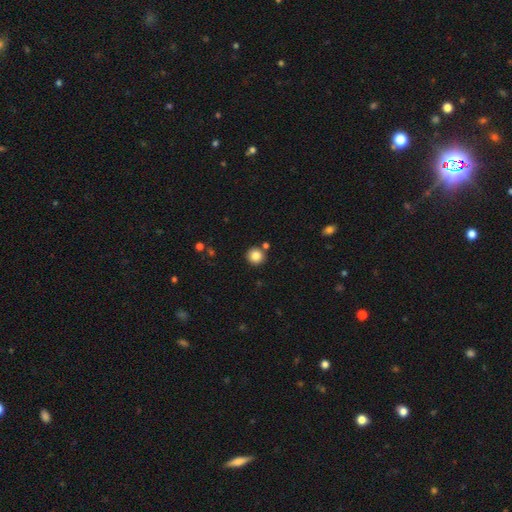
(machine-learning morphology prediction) Smooth or featured?
  - smooth: 84% *
  - star or artifact: 10%
  - featured or disk: 5%
How rounded?
  - round: 94% *
  - in between: 5%
  - cigar-shaped: 1%
Merging?
  - none: 84% *
  - merger: 7%
  - minor disturbance: 6%
  - major disturbance: 2%